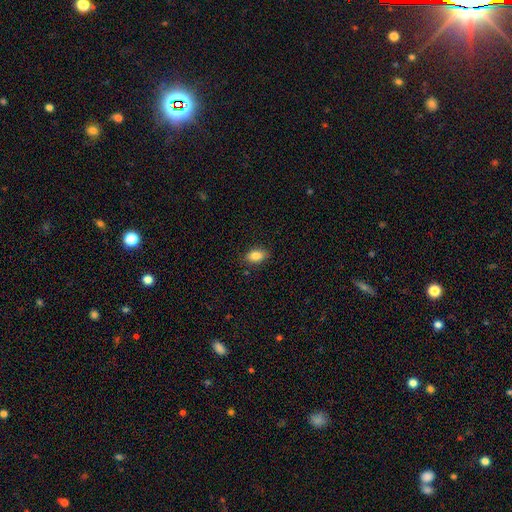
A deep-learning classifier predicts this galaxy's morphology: Smooth or featured: smooth — 85% (star or artifact — 8%)
How rounded: in between — 88% (round — 8%)
Merging: none — 86% (minor disturbance — 10%)